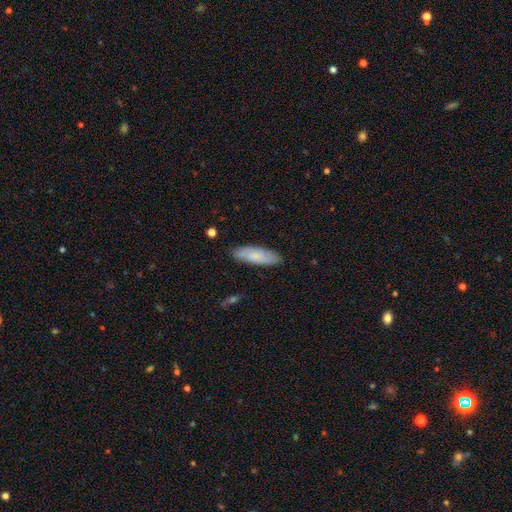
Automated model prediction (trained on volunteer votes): smooth 74%, featured or disk 20%, star or artifact 6%. Down the decision tree: how rounded — in between (54%); merging — none (86%).